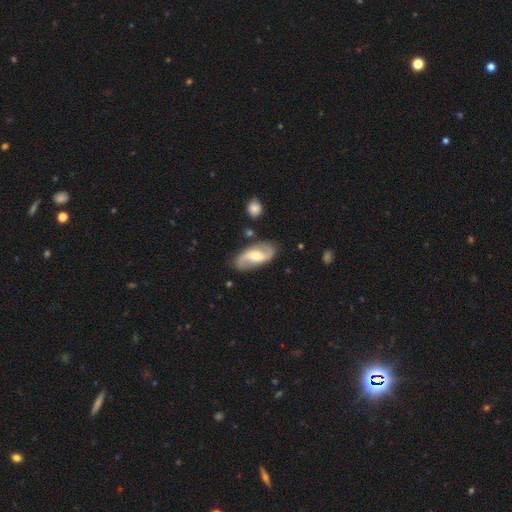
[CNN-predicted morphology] A featured or disk galaxy (82%) with a weak bar (42%), 2 (92%) loose (55%) spiral arms (94%) and a moderate central bulge (63%).

Vote fractions:
- Smooth or featured? featured or disk: 82% / smooth: 13% / star or artifact: 5%
- Edge-on disk? no: 95% / yes: 5%
- Bar? weak: 42% / no: 34% / strong: 23%
- Spiral arms? yes: 94% / no: 6%
- Spiral winding? loose: 55% / medium: 34% / tight: 11%
- Spiral arm count? 2: 92% / can't tell: 3% / 1: 2% / 3: 1% / 4: 1% / more than 4: 1%
- Bulge size? moderate: 63% / small: 30% / large: 4% / none: 2% / dominant: 1%
- Merging? none: 82% / minor disturbance: 12% / major disturbance: 4% / merger: 3%